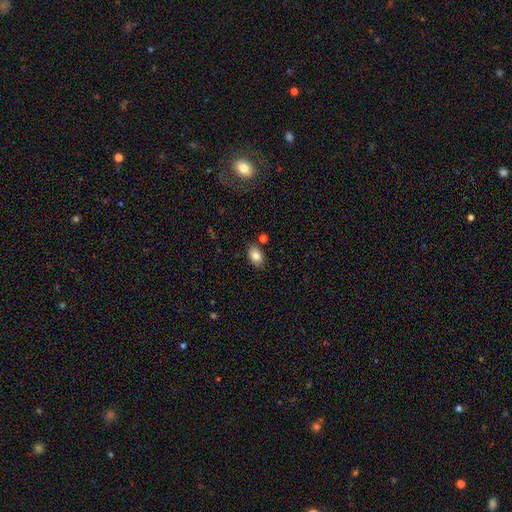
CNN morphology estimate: This appears to be a smooth galaxy with no disk features (83%) that is in between round and cigar-shaped (87%). Merging: none (81%).